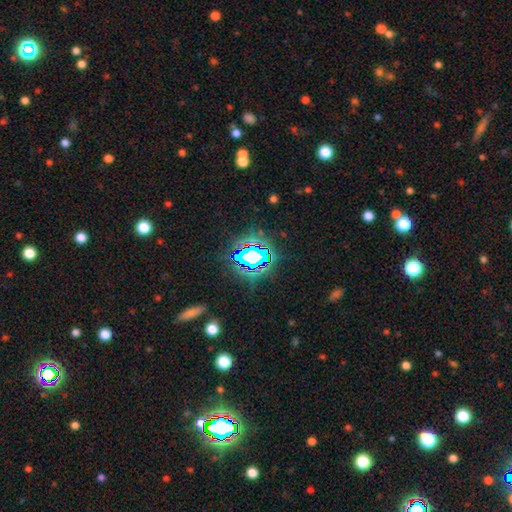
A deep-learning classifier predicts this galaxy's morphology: This appears to be a star or artifact, not a galaxy (72%).